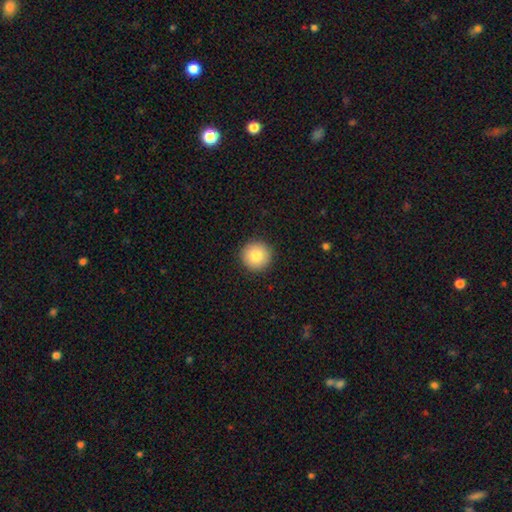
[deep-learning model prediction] smooth-or-featured: smooth: 84% | star or artifact: 9% | featured or disk: 8%
  how-rounded: round: 96% | in between: 3% | cigar-shaped: 1%
  merging: none: 92% | minor disturbance: 5% | major disturbance: 2% | merger: 1%